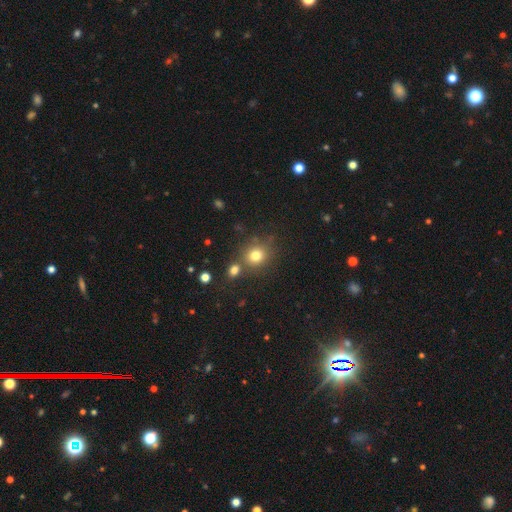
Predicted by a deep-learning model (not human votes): This appears to be a smooth galaxy with no disk features (77%) that is round (82%). Merging: none (70%).